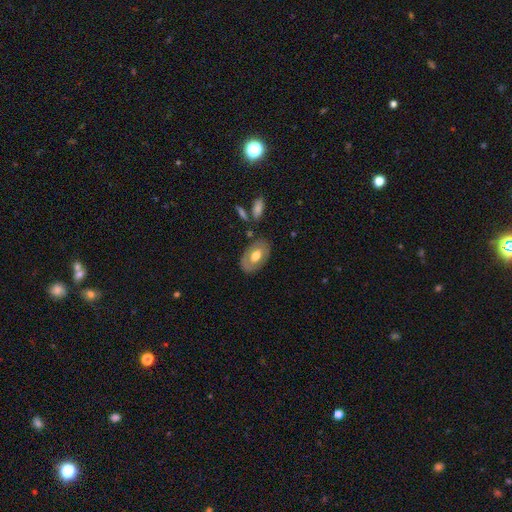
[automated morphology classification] A smooth galaxy with no disk features (49%). Merging: none (78%).